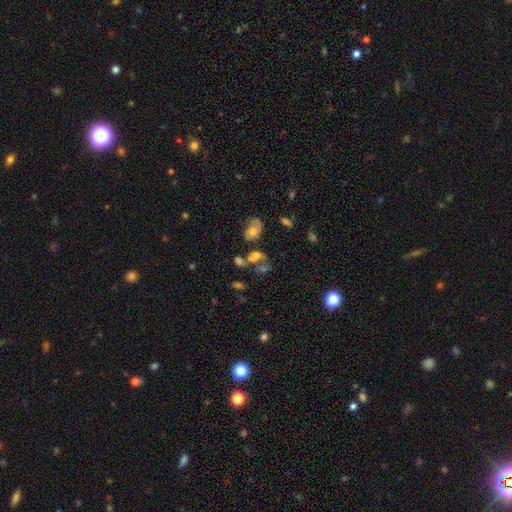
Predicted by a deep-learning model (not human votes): Overall: smooth (51%; featured or disk 32%). How rounded: in between (66%; round 31%). Merging: merger (39%; none 27%).